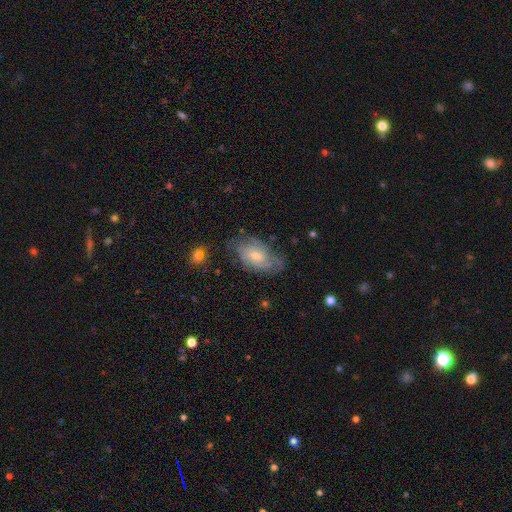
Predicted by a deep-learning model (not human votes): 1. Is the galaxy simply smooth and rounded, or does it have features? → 49% smooth, 44% featured or disk, 7% star or artifact.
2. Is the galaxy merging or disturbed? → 52% none, 31% minor disturbance, 14% major disturbance, 2% merger.